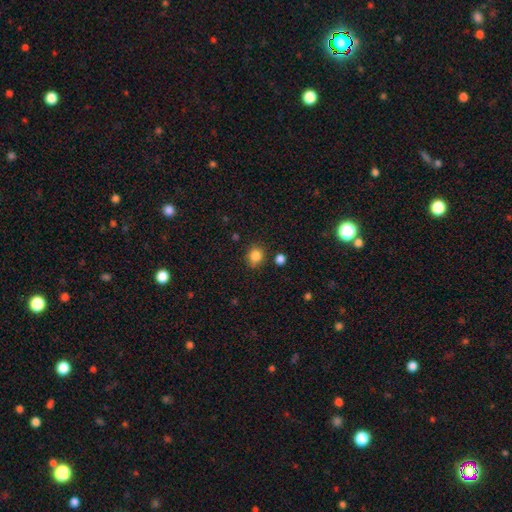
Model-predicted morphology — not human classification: smooth_or_featured: smooth (p=0.85) [alt: star or artifact p=0.11]
how_rounded: round (p=0.78) [alt: in between p=0.21]
merging: none (p=0.81) [alt: minor disturbance p=0.11]